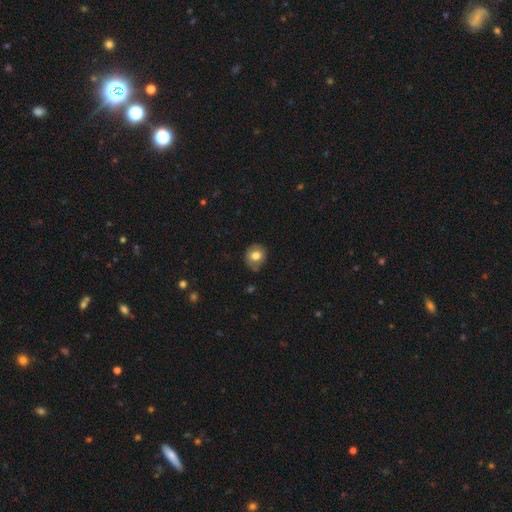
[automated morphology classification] Smooth or featured? Predicted: smooth (p=0.77). How rounded? Predicted: round (p=0.77). Merging? Predicted: none (p=0.75).